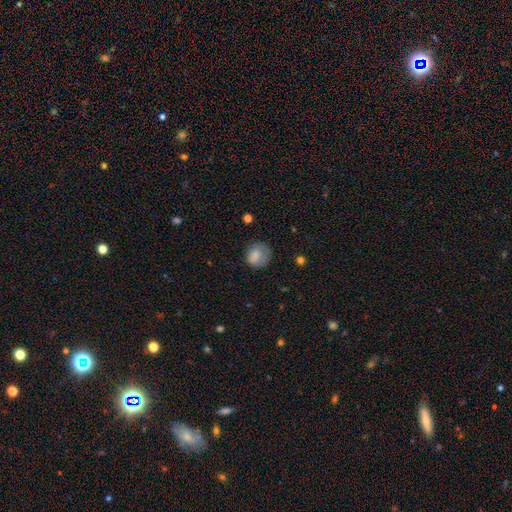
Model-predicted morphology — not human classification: Smooth or featured?
  - smooth: 81% *
  - featured or disk: 10%
  - star or artifact: 9%
How rounded?
  - round: 73% *
  - in between: 26%
  - cigar-shaped: 1%
Merging?
  - none: 59% *
  - minor disturbance: 26%
  - major disturbance: 14%
  - merger: 2%